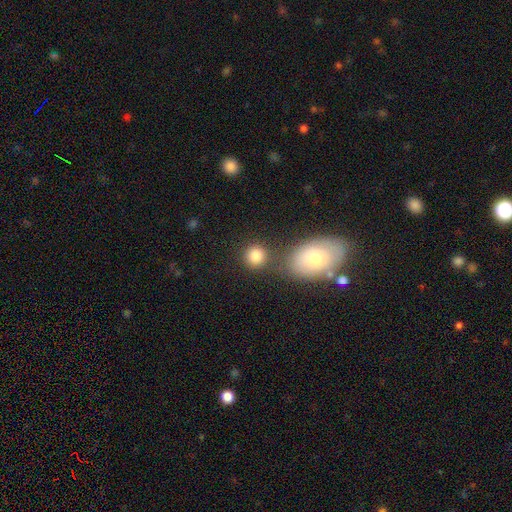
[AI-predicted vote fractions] Smooth or featured? Predicted: smooth (p=0.85). How rounded? Predicted: round (p=0.87). Merging? Predicted: none (p=0.71).